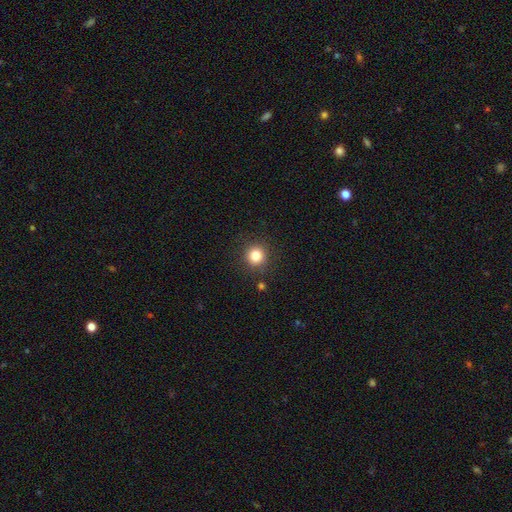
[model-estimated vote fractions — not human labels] Overall: smooth (83%). How rounded: round (93%). Merging: none (89%).